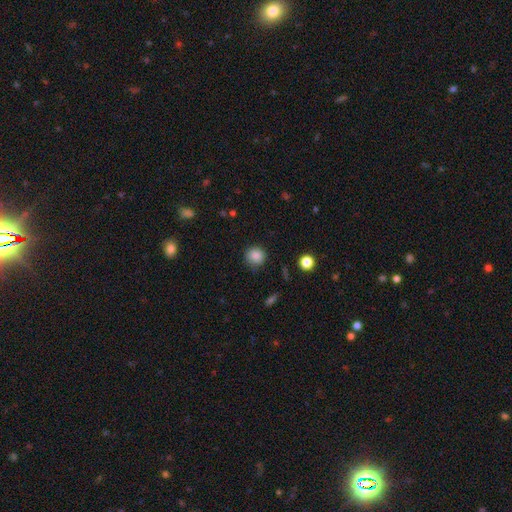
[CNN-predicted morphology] smooth-or-featured: smooth: 86% | star or artifact: 10% | featured or disk: 4%
  how-rounded: round: 87% | in between: 12% | cigar-shaped: 1%
  merging: none: 79% | minor disturbance: 15% | major disturbance: 4% | merger: 2%